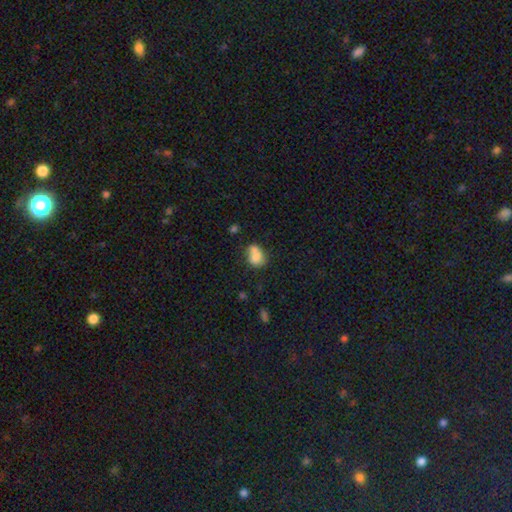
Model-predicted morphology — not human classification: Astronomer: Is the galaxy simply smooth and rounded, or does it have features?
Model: smooth — 74%.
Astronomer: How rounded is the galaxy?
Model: in between — 50% (runner-up: round, 49%).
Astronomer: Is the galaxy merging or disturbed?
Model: merger — 50% (runner-up: none, 31%).